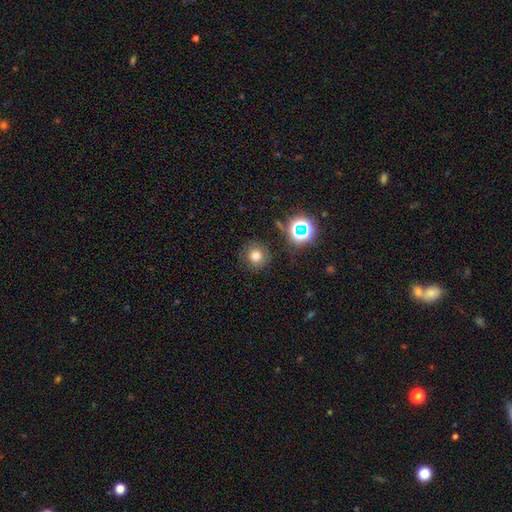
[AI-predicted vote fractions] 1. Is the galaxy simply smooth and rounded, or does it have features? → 70% smooth, 20% star or artifact, 10% featured or disk.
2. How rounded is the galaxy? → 91% round, 8% in between, 1% cigar-shaped.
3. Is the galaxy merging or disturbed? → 84% none, 10% minor disturbance, 4% major disturbance, 2% merger.